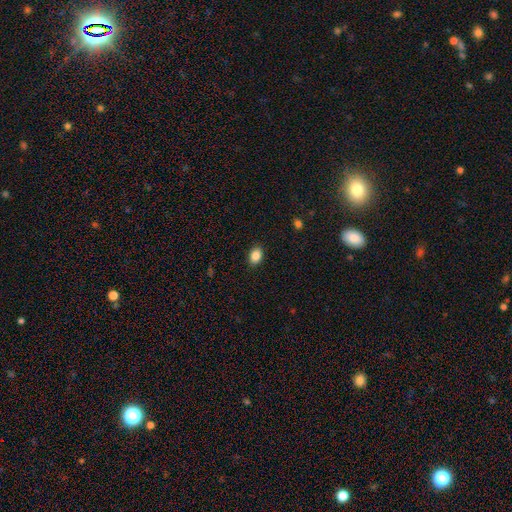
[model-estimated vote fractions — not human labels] This is clearly a smooth galaxy (87%). How rounded: likely in between (75%). Merging: clearly none (89%).